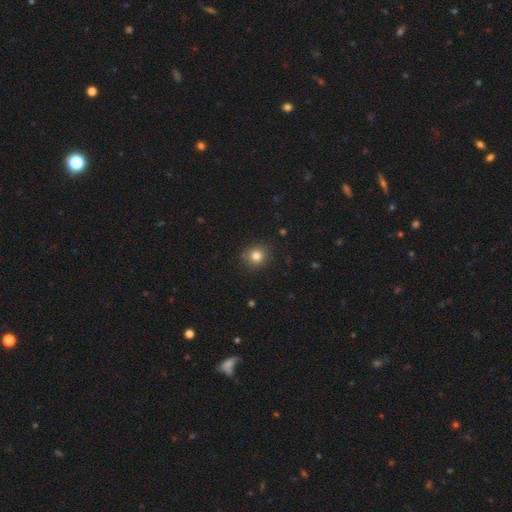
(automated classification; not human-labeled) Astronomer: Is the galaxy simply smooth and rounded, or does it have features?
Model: smooth — 81%.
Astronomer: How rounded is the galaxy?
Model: round — 88%.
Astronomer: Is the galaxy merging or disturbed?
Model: none — 88%.